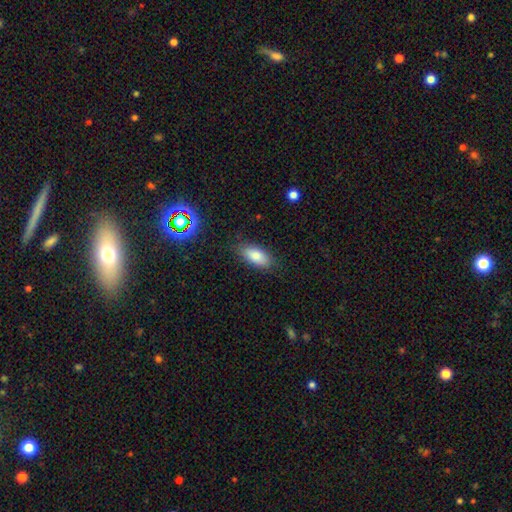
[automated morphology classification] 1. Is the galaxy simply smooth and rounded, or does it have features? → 81% smooth, 10% featured or disk, 9% star or artifact.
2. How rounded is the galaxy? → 87% in between, 10% cigar-shaped, 3% round.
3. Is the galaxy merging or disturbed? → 82% none, 13% minor disturbance, 3% major disturbance, 2% merger.